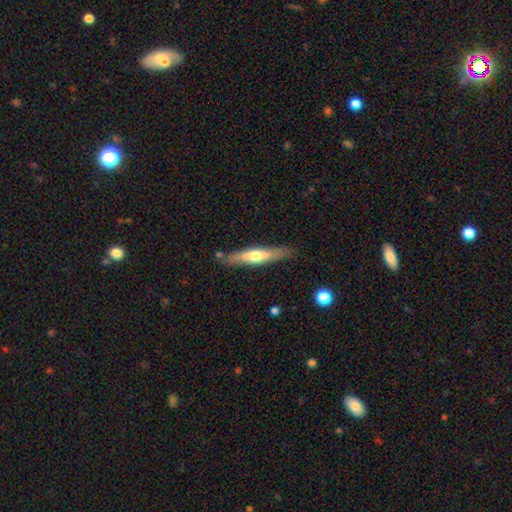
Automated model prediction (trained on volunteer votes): Smooth or featured? Predicted: featured or disk (p=0.48). Merging? Predicted: none (p=0.82).